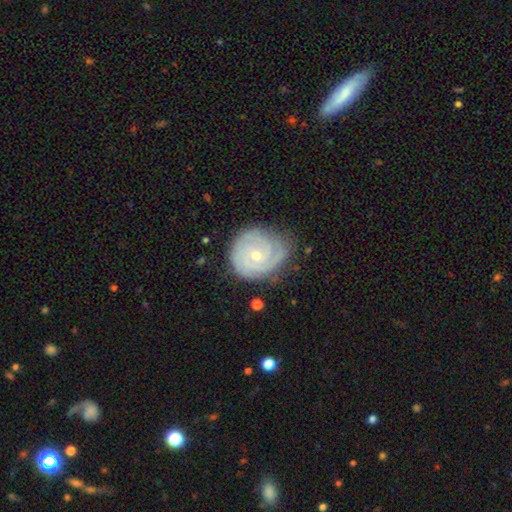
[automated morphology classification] The model was most divided on "spiral arm count": 2: 31%, 3: 27%, can't tell: 25%, 4: 7%, 1: 7%, more than 4: 4%. More confident: edge-on disk — no (98%); spiral arms — yes (96%); smooth or featured — featured or disk (82%); spiral winding — tight (77%); bar — no (74%); merging — none (71%); bulge size — small (66%).